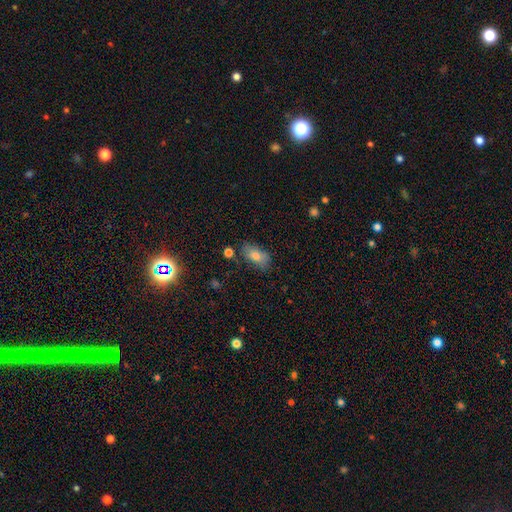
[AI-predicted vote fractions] A smooth galaxy with no disk features (75%) that is in between round and cigar-shaped (88%). Merging: none (74%).